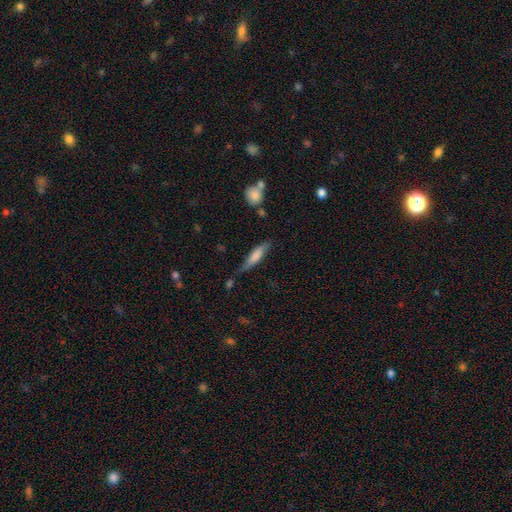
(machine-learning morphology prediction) Smooth or featured? smooth (69%)
How rounded? cigar-shaped (74%)
Merging? none (58%)